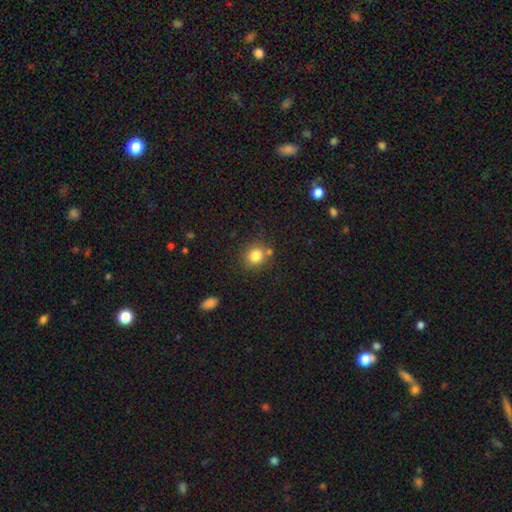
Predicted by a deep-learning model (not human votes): smooth-or-featured: smooth: 82% | star or artifact: 11% | featured or disk: 7%
  how-rounded: round: 86% | in between: 13% | cigar-shaped: 1%
  merging: none: 73% | merger: 13% | minor disturbance: 10% | major disturbance: 3%